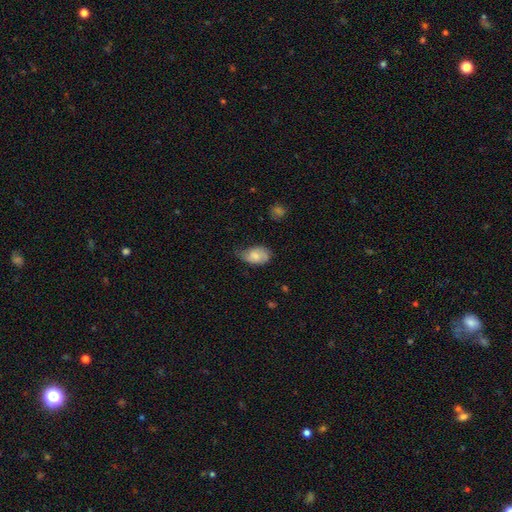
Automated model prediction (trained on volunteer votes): Smooth or featured: smooth — 73% (featured or disk — 20%)
How rounded: in between — 88% (round — 10%)
Merging: minor disturbance — 43% (none — 41%)